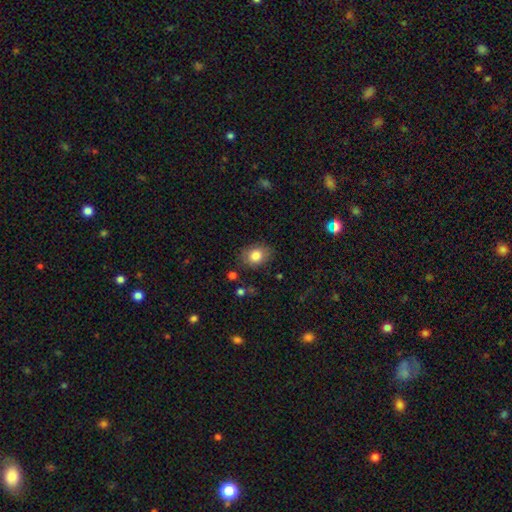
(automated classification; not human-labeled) A smooth galaxy with no disk features (83%) that is in between round and cigar-shaped (57%).

Vote fractions:
- Smooth or featured? smooth: 83% / star or artifact: 9% / featured or disk: 9%
- How rounded? in between: 57% / round: 42% / cigar-shaped: 1%
- Merging? none: 79% / minor disturbance: 15% / major disturbance: 4% / merger: 2%